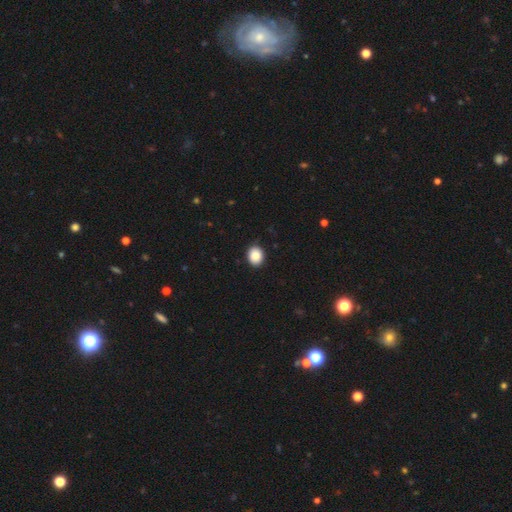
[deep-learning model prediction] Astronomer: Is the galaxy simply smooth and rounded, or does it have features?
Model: smooth — 86%.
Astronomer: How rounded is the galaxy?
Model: round — 56% (runner-up: in between, 43%).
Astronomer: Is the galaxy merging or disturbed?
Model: none — 90%.